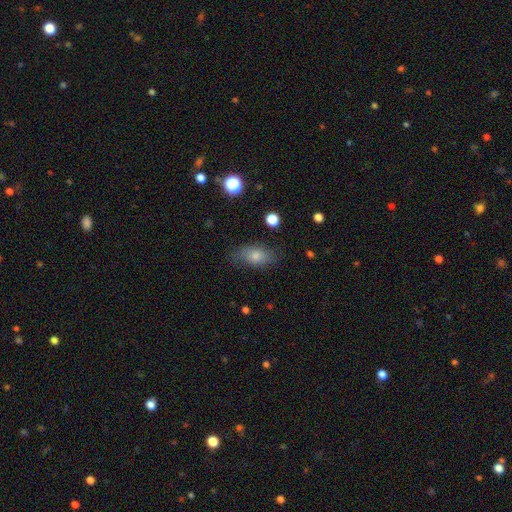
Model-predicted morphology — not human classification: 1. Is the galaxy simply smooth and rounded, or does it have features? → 75% smooth, 15% featured or disk, 10% star or artifact.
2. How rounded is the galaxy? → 87% in between, 9% round, 5% cigar-shaped.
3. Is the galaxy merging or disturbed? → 75% none, 18% minor disturbance, 6% major disturbance, 1% merger.